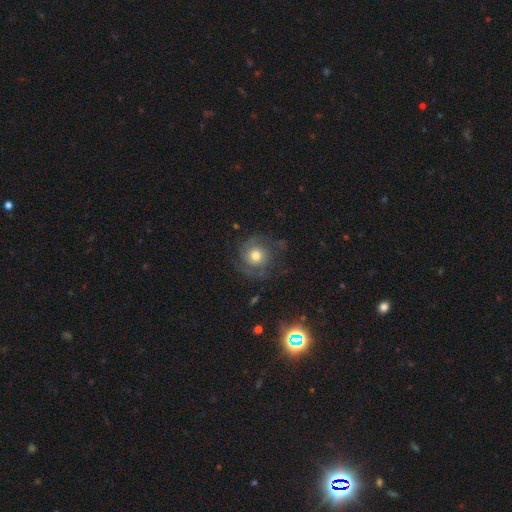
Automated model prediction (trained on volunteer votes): A featured or disk galaxy (59%) with no bar (82%), spiral arms (85%) and a moderate central bulge (67%).

Vote fractions:
- Smooth or featured? featured or disk: 59% / smooth: 31% / star or artifact: 10%
- Edge-on disk? no: 97% / yes: 3%
- Bar? no: 82% / weak: 15% / strong: 3%
- Spiral arms? yes: 85% / no: 15%
- Bulge size? moderate: 67% / large: 17% / small: 13% / dominant: 2% / none: 1%
- Merging? none: 66% / minor disturbance: 18% / major disturbance: 14% / merger: 2%